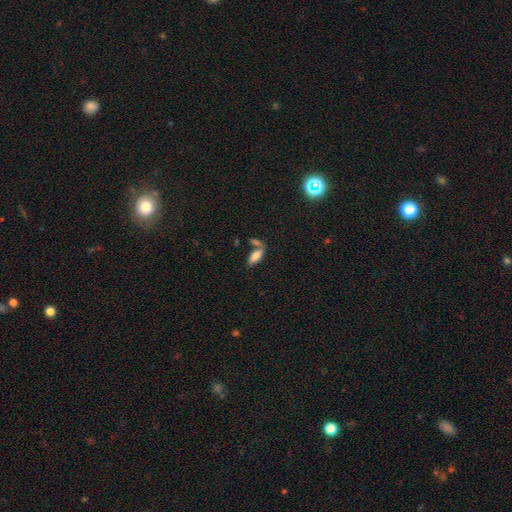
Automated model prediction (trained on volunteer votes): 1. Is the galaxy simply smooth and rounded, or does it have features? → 75% smooth, 16% featured or disk, 8% star or artifact.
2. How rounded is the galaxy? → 80% in between, 18% cigar-shaped, 3% round.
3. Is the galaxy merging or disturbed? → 48% none, 33% merger, 13% minor disturbance, 6% major disturbance.